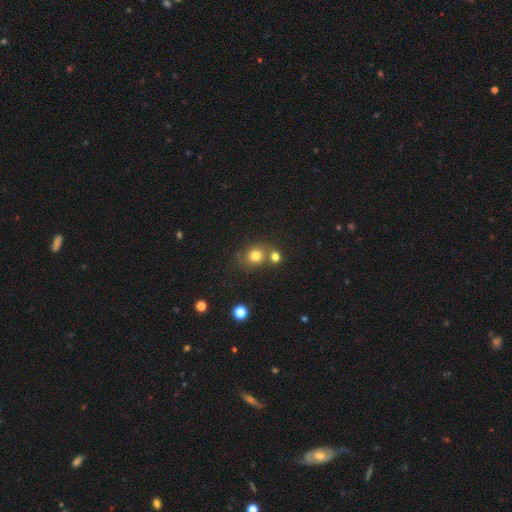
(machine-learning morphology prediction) The model was most divided on "merging": none: 58%, merger: 27%, minor disturbance: 10%, major disturbance: 4%. More confident: smooth or featured — smooth (77%); how rounded — round (76%).